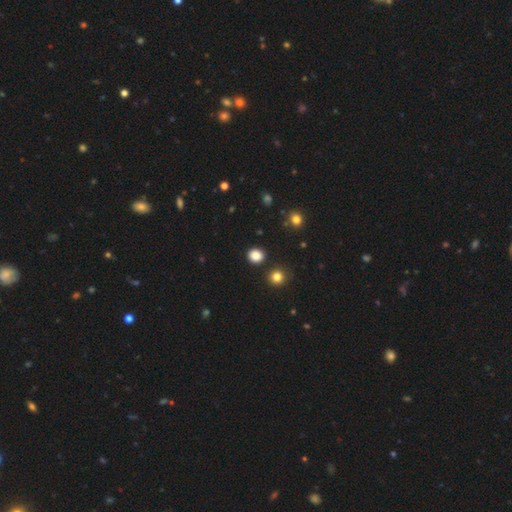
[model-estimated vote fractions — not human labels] Smooth or featured?
  - smooth: 85% *
  - star or artifact: 12%
  - featured or disk: 4%
How rounded?
  - round: 85% *
  - in between: 14%
  - cigar-shaped: 1%
Merging?
  - none: 90% *
  - minor disturbance: 6%
  - merger: 3%
  - major disturbance: 2%